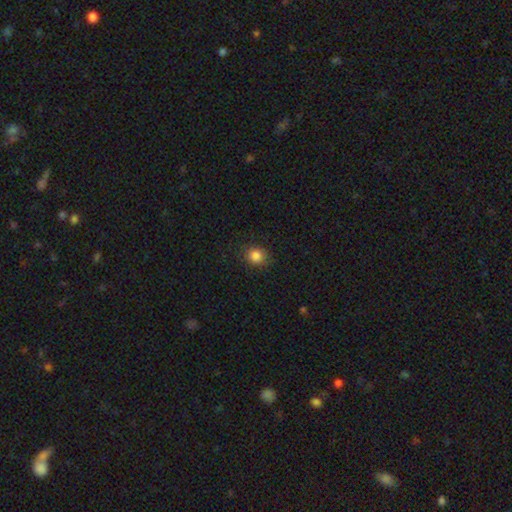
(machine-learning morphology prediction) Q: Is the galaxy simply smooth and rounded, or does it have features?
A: smooth — 84%.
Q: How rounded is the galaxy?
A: round — 79%.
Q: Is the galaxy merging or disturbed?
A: none — 85%.